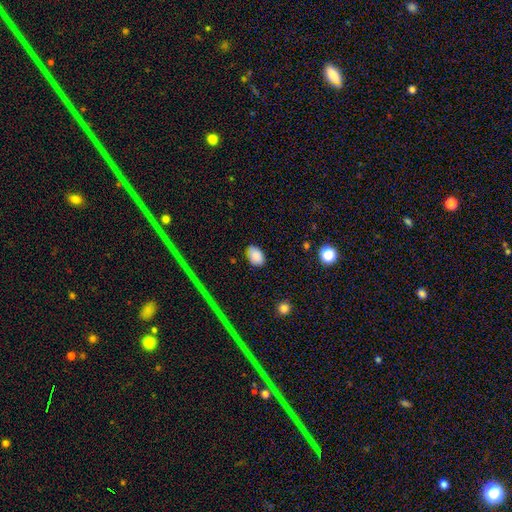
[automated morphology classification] Smooth or featured? smooth (86%)
How rounded? in between (83%)
Merging? none (79%)